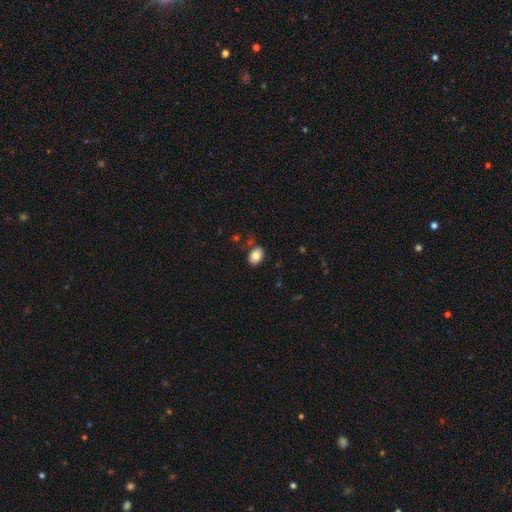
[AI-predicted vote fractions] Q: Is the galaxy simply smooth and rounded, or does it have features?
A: smooth — 82%.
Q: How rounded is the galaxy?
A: in between — 76%.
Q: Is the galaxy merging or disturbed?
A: none — 77%.